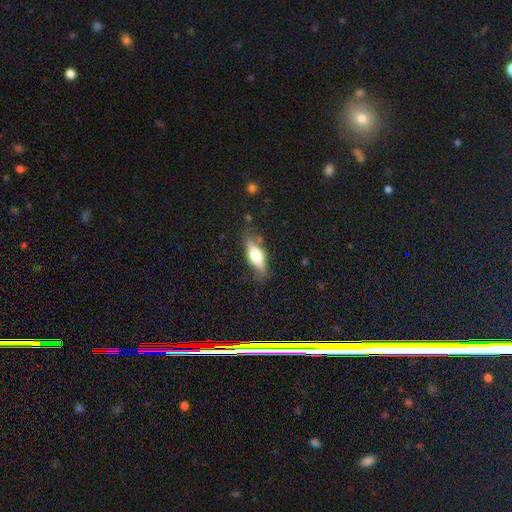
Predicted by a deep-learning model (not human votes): smooth-or-featured: smooth: 59% | featured or disk: 35% | star or artifact: 7%
  how-rounded: in between: 57% | cigar-shaped: 40% | round: 3%
  merging: none: 74% | minor disturbance: 18% | major disturbance: 5% | merger: 2%